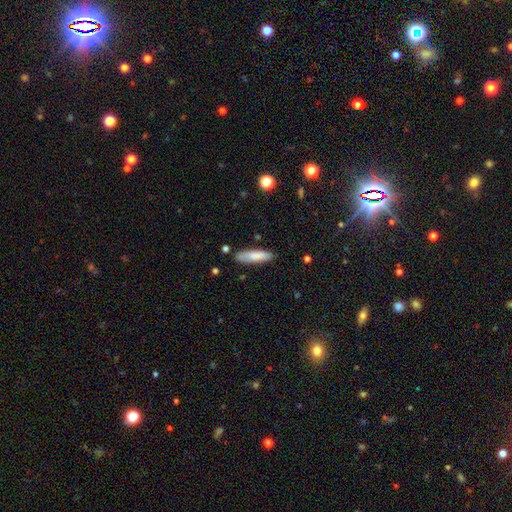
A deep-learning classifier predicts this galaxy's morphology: Smooth or featured?
  - smooth: 81% *
  - featured or disk: 13%
  - star or artifact: 6%
How rounded?
  - cigar-shaped: 67% *
  - in between: 31%
  - round: 1%
Merging?
  - none: 82% *
  - minor disturbance: 13%
  - major disturbance: 2%
  - merger: 2%